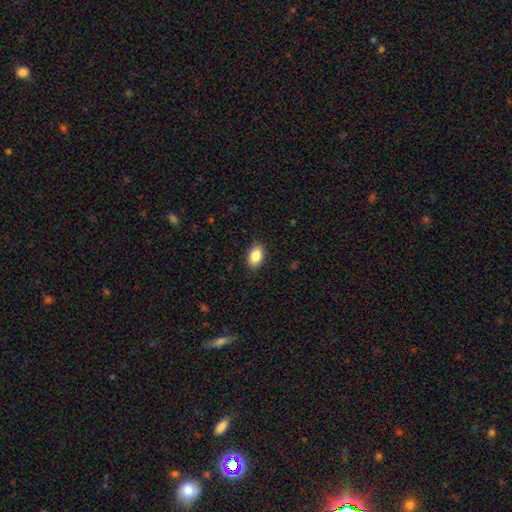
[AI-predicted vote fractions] Q: Smooth or featured?
A: smooth (87%); runner-up: star or artifact (8%)
Q: How rounded?
A: in between (88%); runner-up: round (10%)
Q: Merging?
A: none (89%); runner-up: minor disturbance (8%)